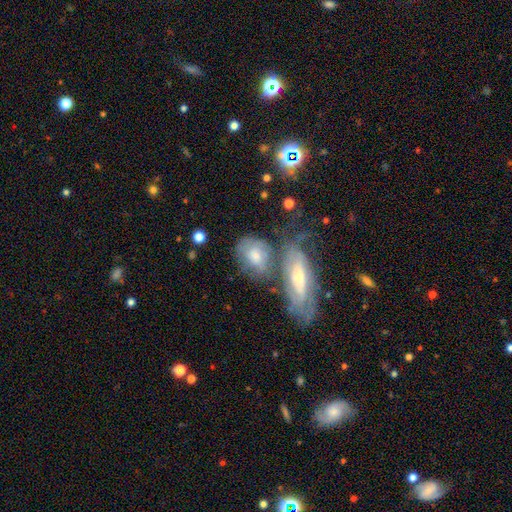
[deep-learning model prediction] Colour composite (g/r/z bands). It shows a smooth galaxy with no disk features (50%). Merging: merger (35%, tied with none).